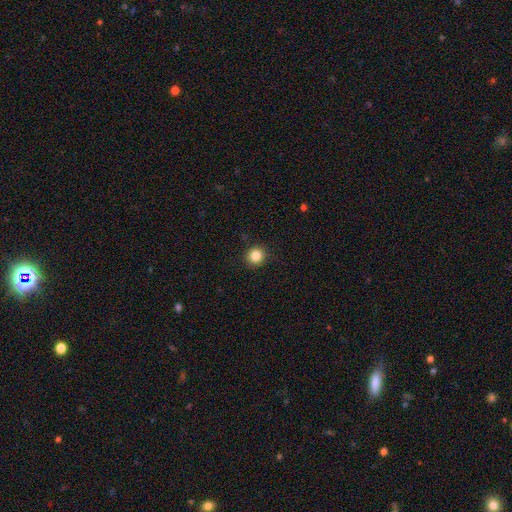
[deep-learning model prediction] This appears to be a smooth galaxy with no disk features (84%) that is round (93%). Merging: none (91%).